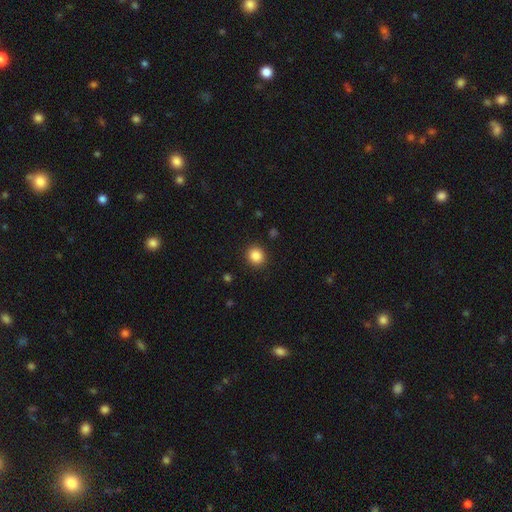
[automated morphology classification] smooth 86%, star or artifact 10%, featured or disk 4%. Down the decision tree: how rounded — round (85%); merging — none (91%).